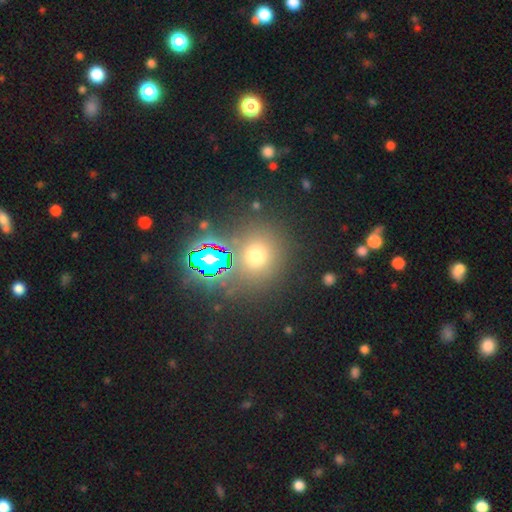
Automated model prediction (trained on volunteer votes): This is likely a smooth galaxy (61%). How rounded: clearly round (84%). Merging: clearly none (80%).